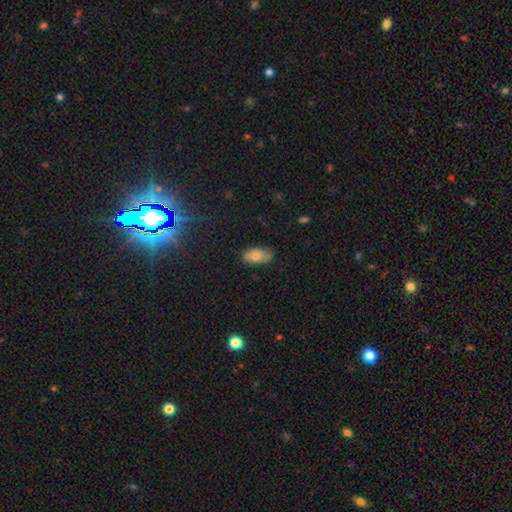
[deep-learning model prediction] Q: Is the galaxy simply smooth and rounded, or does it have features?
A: smooth — 72%.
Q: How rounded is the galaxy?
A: in between — 93%.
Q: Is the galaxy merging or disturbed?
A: none — 69%.